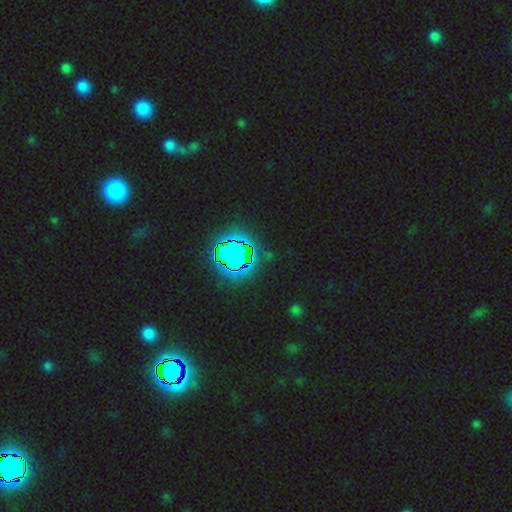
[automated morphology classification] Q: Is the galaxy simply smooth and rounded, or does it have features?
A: star or artifact — 78%.